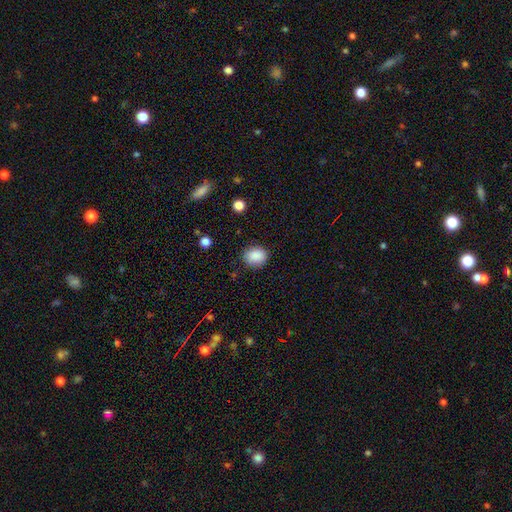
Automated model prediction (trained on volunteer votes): A smooth galaxy with no disk features (88%) that is round (55%). Merging: none (84%).